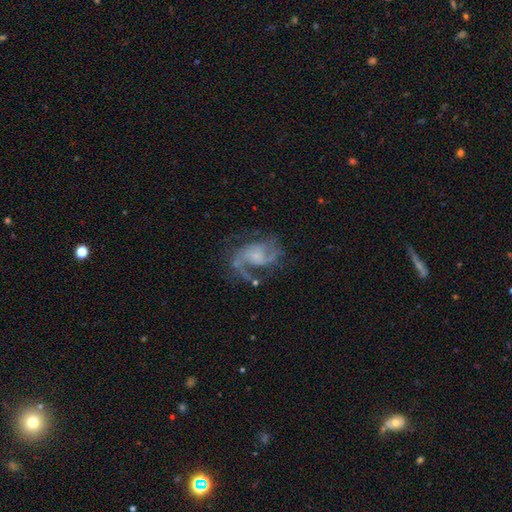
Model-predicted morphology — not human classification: featured or disk 88%, star or artifact 7%, smooth 6%. Down the decision tree: edge-on disk — no (98%); bar — no (57%); spiral arms — yes (96%); spiral arm count — 2 (79%); spiral winding — medium (54%); bulge size — small (55%); merging — none (61%).